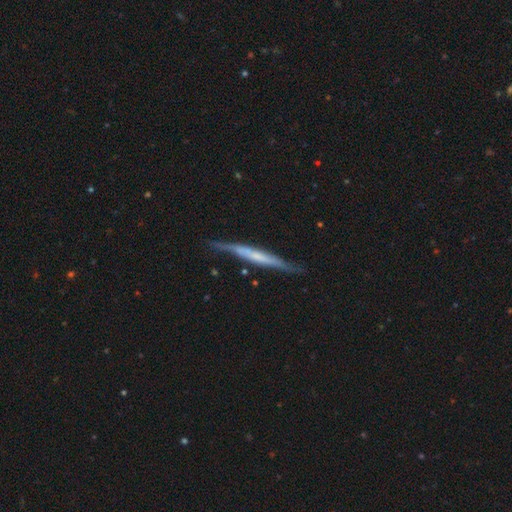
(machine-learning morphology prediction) A featured or disk galaxy (62%) viewed edge-on (92%) with no central bulge (62%).

Vote fractions:
- Smooth or featured? featured or disk: 62% / smooth: 32% / star or artifact: 6%
- Edge-on disk? yes: 92% / no: 8%
- Edge-on bulge? none: 62% / rounded: 21% / boxy: 17%
- Merging? none: 74% / minor disturbance: 20% / major disturbance: 4% / merger: 2%